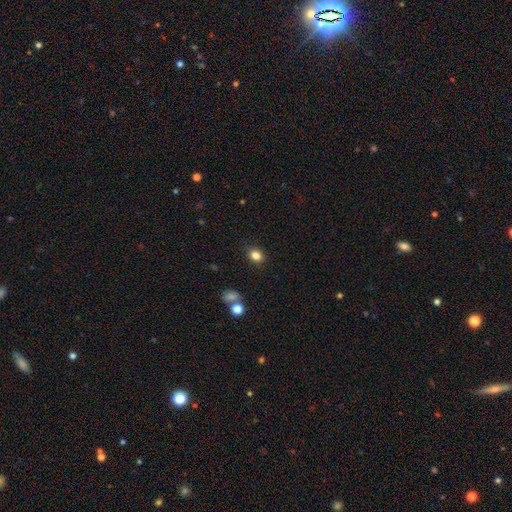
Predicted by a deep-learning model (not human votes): Smooth or featured: smooth — 83% (star or artifact — 12%)
How rounded: round — 61% (in between — 38%)
Merging: none — 88% (minor disturbance — 8%)